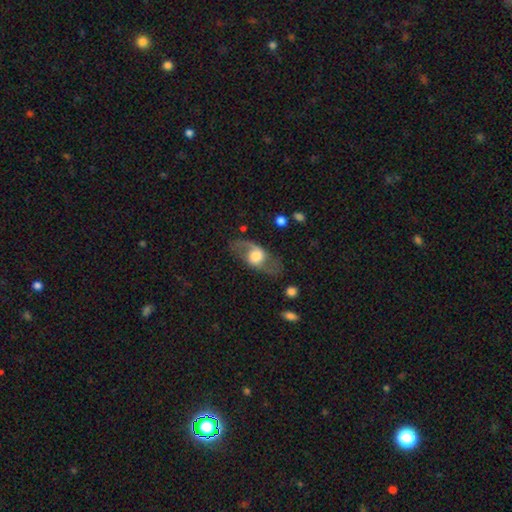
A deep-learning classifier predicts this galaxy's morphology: A featured or disk galaxy (67%) with no bar (65%), spiral arms (77%) and a large central bulge (52%).

Vote fractions:
- Smooth or featured? featured or disk: 67% / smooth: 27% / star or artifact: 6%
- Edge-on disk? no: 84% / yes: 16%
- Bar? no: 65% / weak: 28% / strong: 8%
- Spiral arms? yes: 77% / no: 23%
- Bulge size? large: 52% / moderate: 32% / dominant: 9% / small: 5% / none: 2%
- Merging? none: 71% / minor disturbance: 16% / major disturbance: 11% / merger: 2%